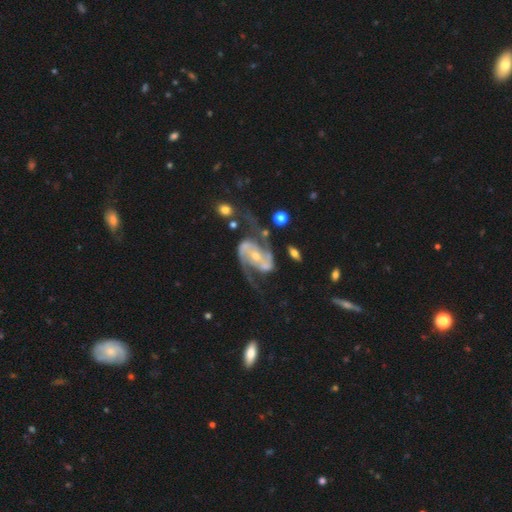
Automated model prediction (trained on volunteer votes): This appears to be a featured or disk galaxy (92%) with a weak bar (37%), 2 (94%) medium (52%) spiral arms (98%) and a moderate central bulge (47%, tied with small). Merging: none (58%).